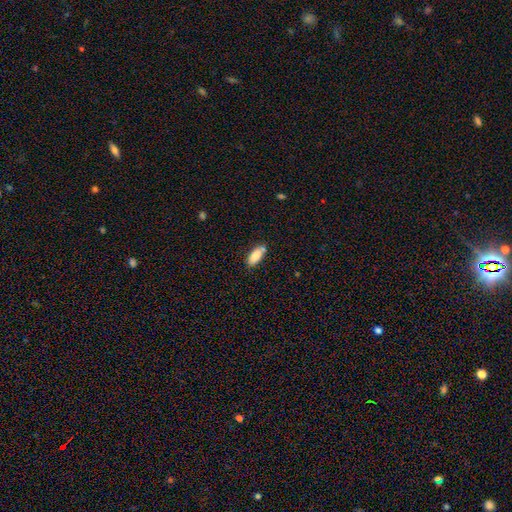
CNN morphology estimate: This is clearly a smooth galaxy (83%). How rounded: clearly in between (84%). Merging: likely none (70%).